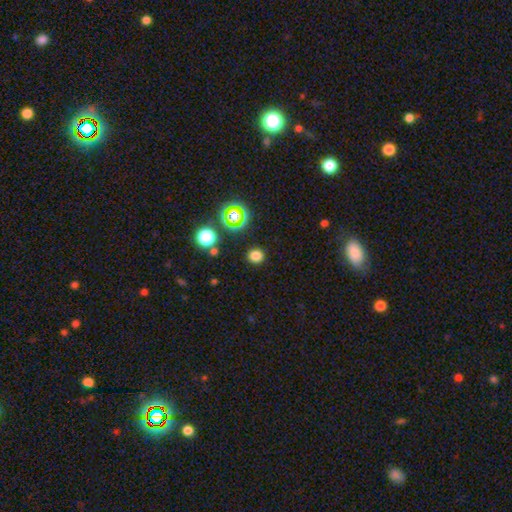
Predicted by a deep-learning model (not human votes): Smooth or featured? Predicted: smooth (p=0.77). How rounded? Predicted: round (p=0.84). Merging? Predicted: none (p=0.89).